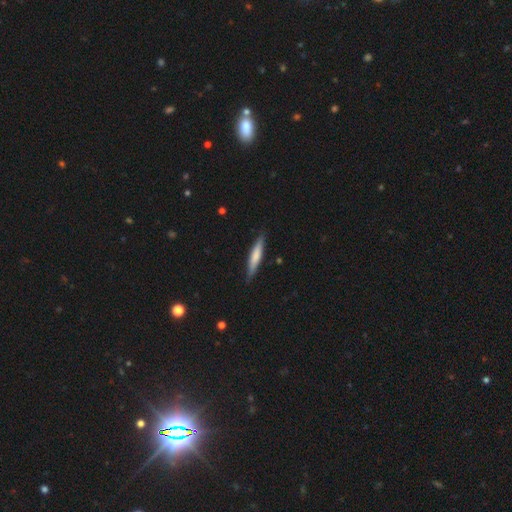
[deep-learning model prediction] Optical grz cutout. It shows a smooth galaxy with no disk features (68%) that is cigar-shaped (89%). Merging: none (87%).